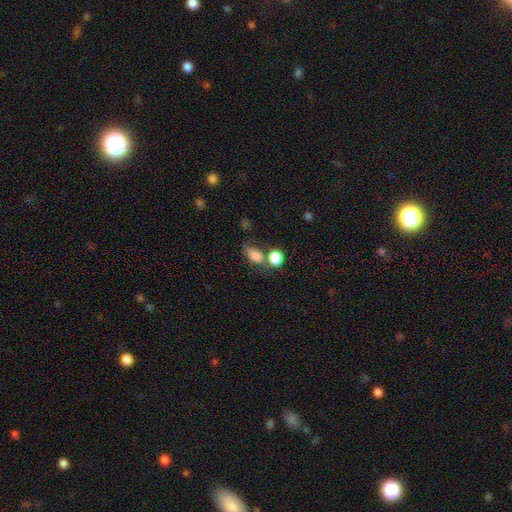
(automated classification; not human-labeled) A smooth galaxy with no disk features (79%) that is in between round and cigar-shaped (77%). Merging: none (44%).